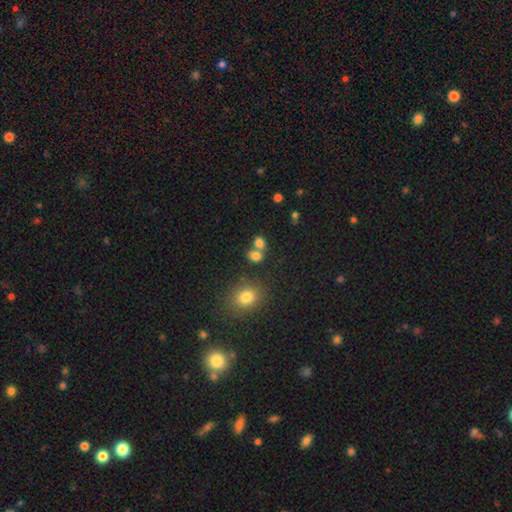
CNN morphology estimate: smooth 77%, star or artifact 14%, featured or disk 9%. Down the decision tree: how rounded — in between (59%); merging — merger (45%).